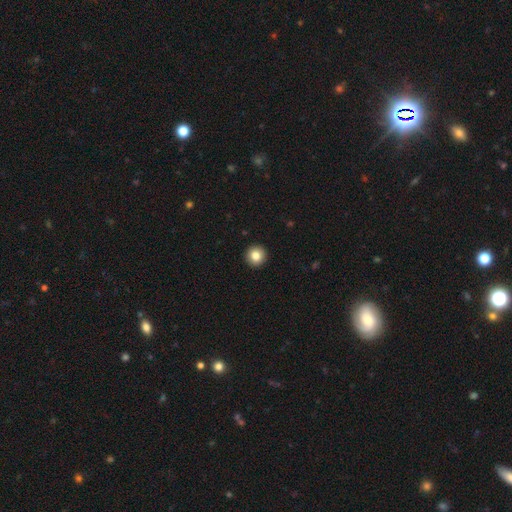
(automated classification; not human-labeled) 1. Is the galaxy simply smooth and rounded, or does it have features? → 84% smooth, 10% star or artifact, 7% featured or disk.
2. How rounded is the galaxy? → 96% round, 3% in between, 1% cigar-shaped.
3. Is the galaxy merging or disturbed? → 94% none, 4% minor disturbance, 1% major disturbance, 1% merger.